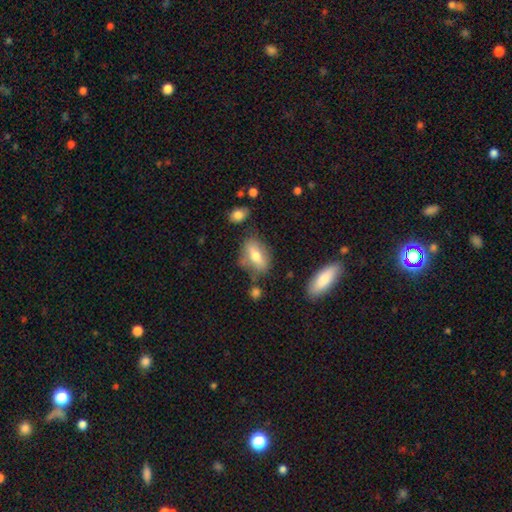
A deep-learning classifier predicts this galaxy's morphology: smooth 61%, featured or disk 31%, star or artifact 8%. Down the decision tree: how rounded — in between (79%); merging — none (64%).